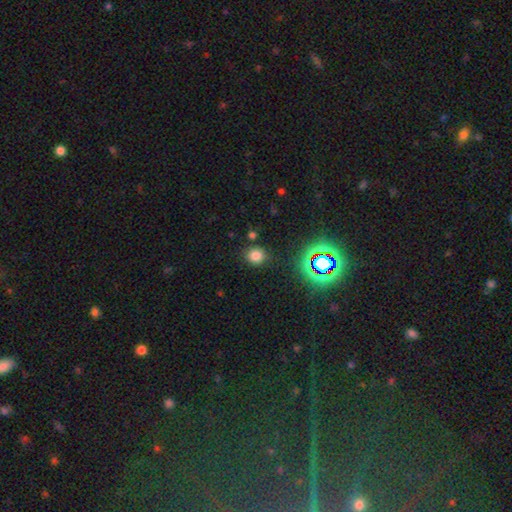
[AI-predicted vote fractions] Smooth or featured: smooth — 74% (star or artifact — 21%)
How rounded: round — 83% (in between — 16%)
Merging: none — 83% (minor disturbance — 10%)